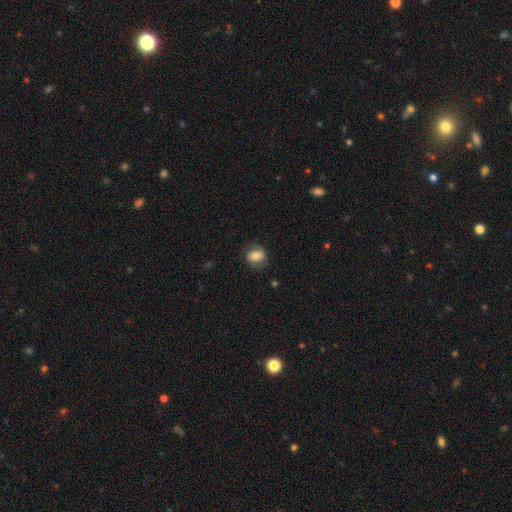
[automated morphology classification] type=smooth (63%); roundness=in between (53%); merging=none (72%).